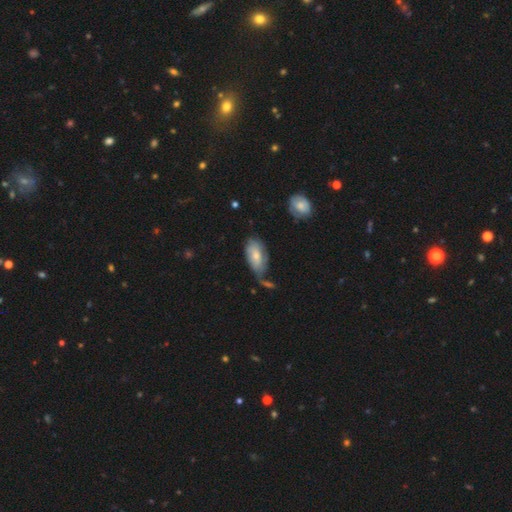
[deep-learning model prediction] smooth_or_featured: smooth (p=0.59) [alt: featured or disk p=0.34]
how_rounded: in between (p=0.93) [alt: cigar-shaped p=0.04]
merging: none (p=0.38) [alt: minor disturbance p=0.31]